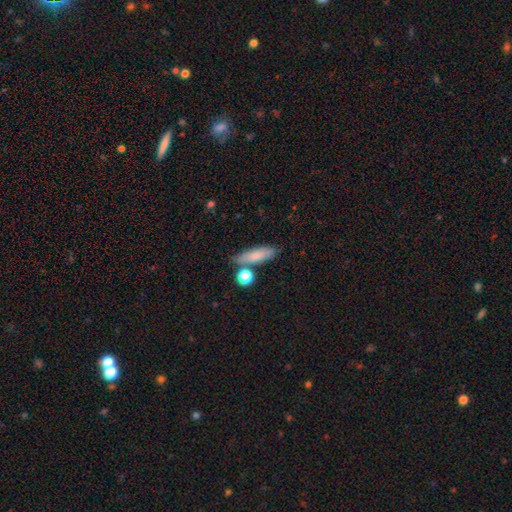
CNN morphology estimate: A smooth galaxy with no disk features (77%) that is cigar-shaped (53%).

Vote fractions:
- Smooth or featured? smooth: 77% / featured or disk: 14% / star or artifact: 8%
- How rounded? cigar-shaped: 53% / in between: 39% / round: 7%
- Merging? none: 71% / minor disturbance: 14% / merger: 11% / major disturbance: 4%